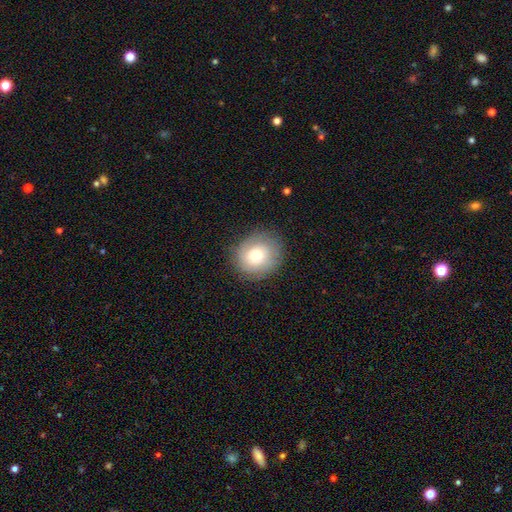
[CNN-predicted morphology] smooth-or-featured: smooth: 63% | featured or disk: 27% | star or artifact: 10%
  how-rounded: round: 77% | in between: 22% | cigar-shaped: 1%
  merging: none: 82% | minor disturbance: 13% | major disturbance: 5% | merger: 1%